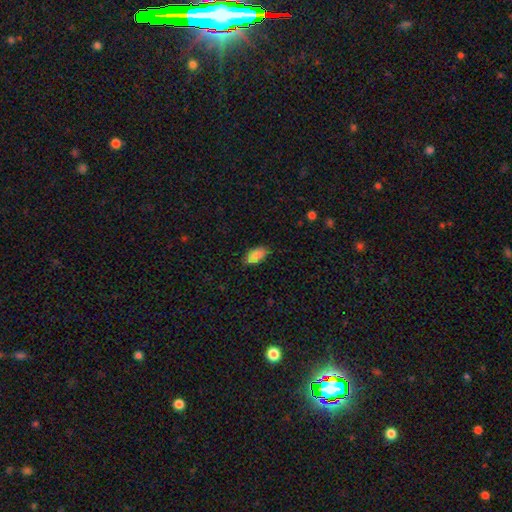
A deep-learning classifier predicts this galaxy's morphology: A smooth galaxy with no disk features (84%) that is in between round and cigar-shaped (94%).

Vote fractions:
- Smooth or featured? smooth: 84% / featured or disk: 9% / star or artifact: 7%
- How rounded? in between: 94% / cigar-shaped: 4% / round: 3%
- Merging? none: 79% / minor disturbance: 17% / major disturbance: 3% / merger: 1%